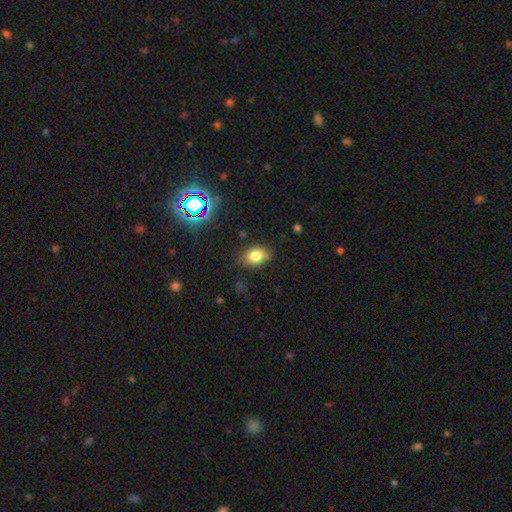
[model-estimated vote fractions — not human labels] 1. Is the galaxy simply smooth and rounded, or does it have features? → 79% smooth, 12% star or artifact, 9% featured or disk.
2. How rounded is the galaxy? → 76% in between, 23% round, 1% cigar-shaped.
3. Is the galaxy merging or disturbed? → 81% none, 15% minor disturbance, 3% major disturbance, 2% merger.